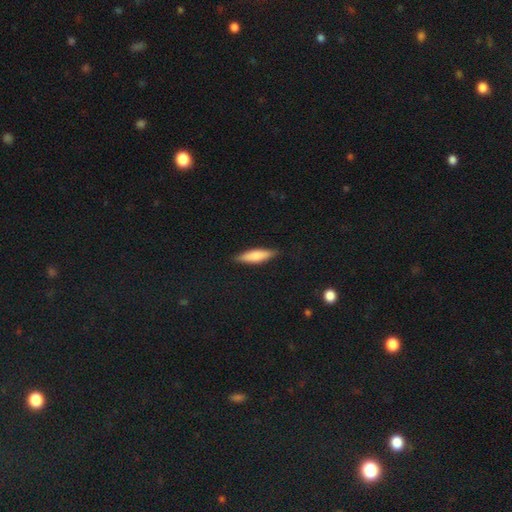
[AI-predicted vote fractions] A smooth galaxy with no disk features (71%) that is cigar-shaped (67%).

Vote fractions:
- Smooth or featured? smooth: 71% / featured or disk: 23% / star or artifact: 6%
- How rounded? cigar-shaped: 67% / in between: 31% / round: 2%
- Merging? none: 87% / minor disturbance: 10% / major disturbance: 2% / merger: 1%